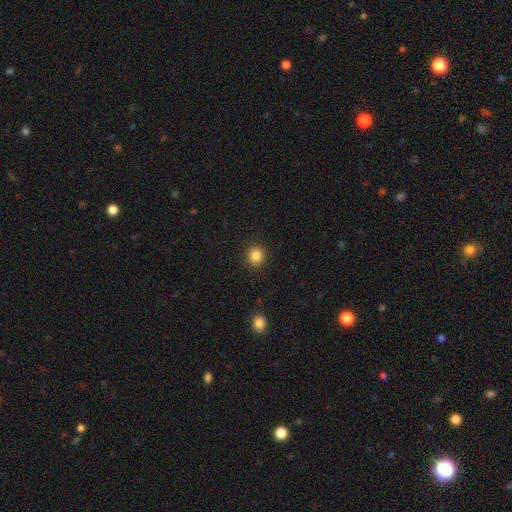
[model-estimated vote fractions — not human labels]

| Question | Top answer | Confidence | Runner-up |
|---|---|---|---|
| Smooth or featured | smooth | 85% | star or artifact (11%) |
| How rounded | round | 88% | in between (11%) |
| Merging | none | 91% | minor disturbance (6%) |